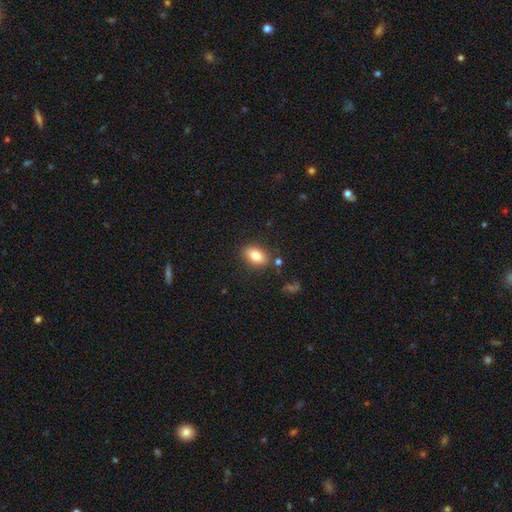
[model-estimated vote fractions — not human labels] A smooth galaxy with no disk features (80%) that is in between round and cigar-shaped (87%). Merging: none (83%).